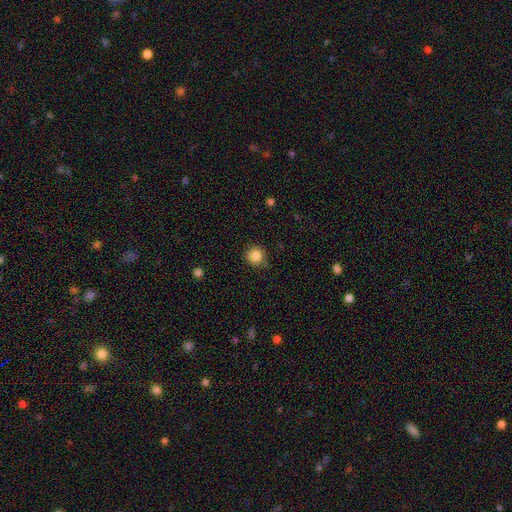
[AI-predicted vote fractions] Morphology: type=smooth (85%); roundness=round (89%); merging=none (79%).